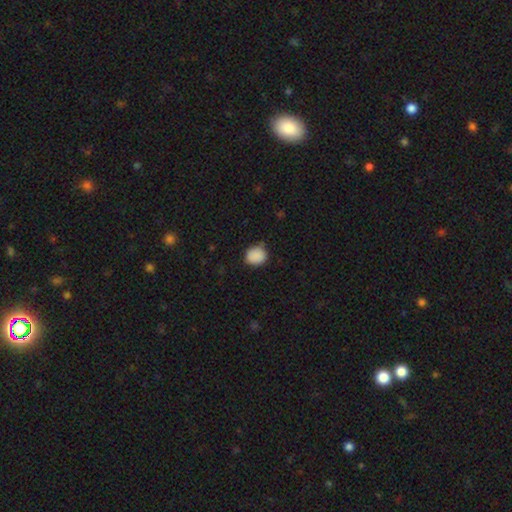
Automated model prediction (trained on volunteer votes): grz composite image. It shows a smooth galaxy with no disk features (88%) that is round (71%). Merging: none (76%).